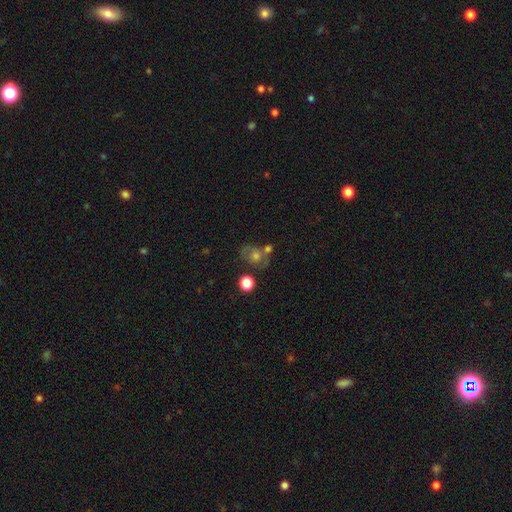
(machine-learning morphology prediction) The model was most divided on "smooth or featured": smooth: 41%, featured or disk: 39%, star or artifact: 19%. More confident: merging — none (54%).